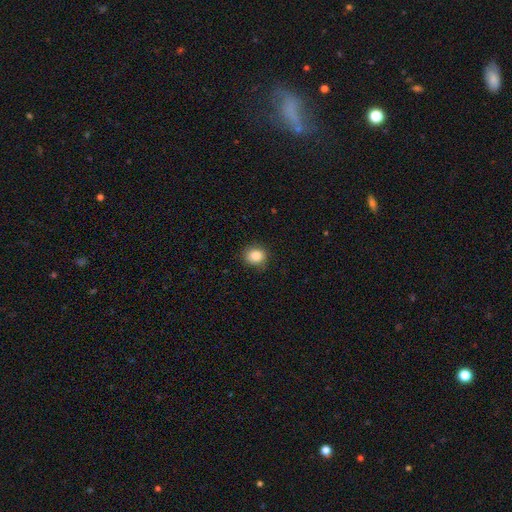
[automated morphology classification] Smooth or featured? Predicted: smooth (p=0.85). How rounded? Predicted: round (p=0.75). Merging? Predicted: none (p=0.86).